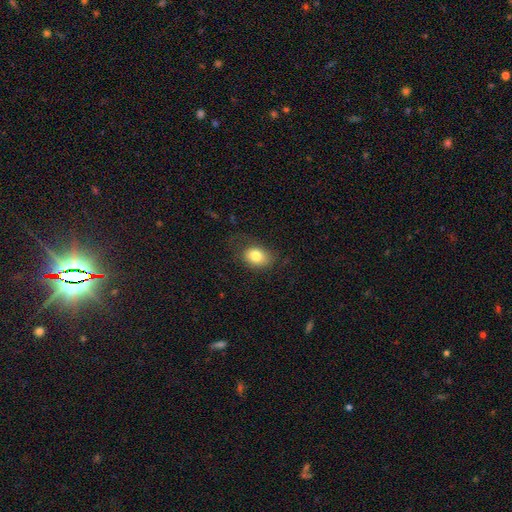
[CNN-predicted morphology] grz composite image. It shows a smooth galaxy with no disk features (80%) that is in between round and cigar-shaped (72%). Merging: none (67%).